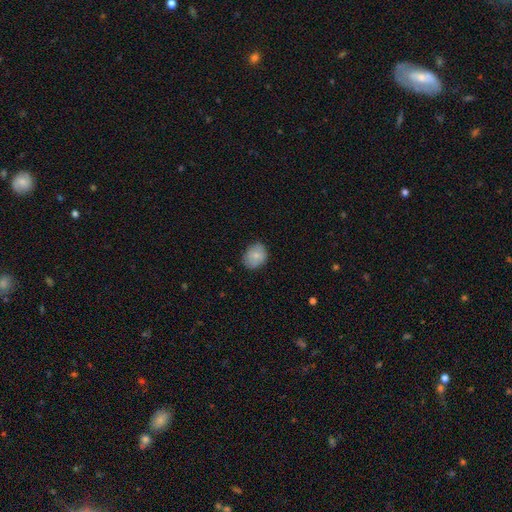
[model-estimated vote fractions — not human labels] smooth_or_featured: smooth (p=0.79) [alt: featured or disk p=0.14]
how_rounded: round (p=0.51) [alt: in between p=0.49]
merging: none (p=0.77) [alt: minor disturbance p=0.18]